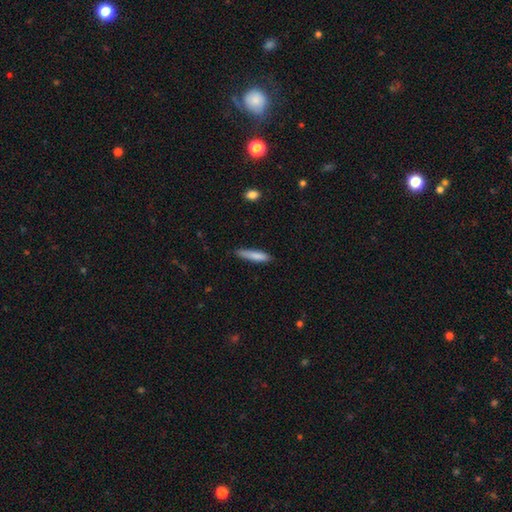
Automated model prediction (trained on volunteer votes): Smooth or featured: smooth — 81% (featured or disk — 13%)
How rounded: cigar-shaped — 86% (in between — 12%)
Merging: none — 78% (minor disturbance — 18%)